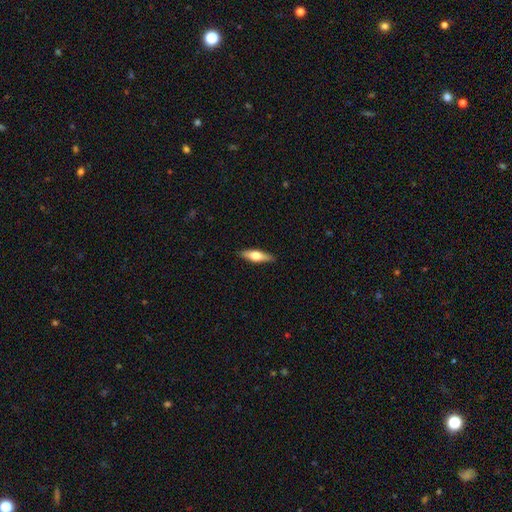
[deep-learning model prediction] Overall: smooth (58%; featured or disk 36%). How rounded: cigar-shaped (53%; in between 45%). Merging: none (89%).